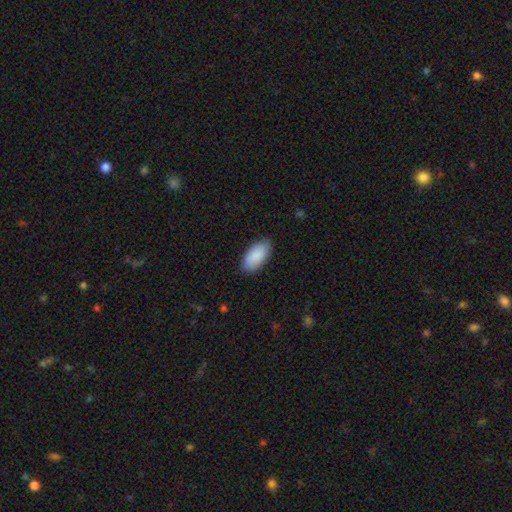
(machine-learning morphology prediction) type=smooth (89%); roundness=in between (94%); merging=none (85%).